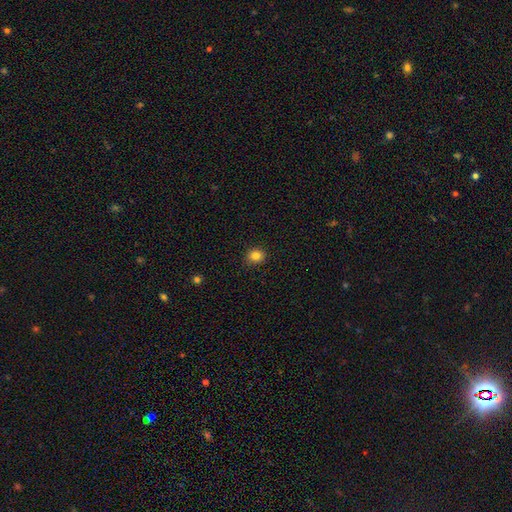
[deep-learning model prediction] The model was most divided on "how rounded": round: 72%, in between: 27%, cigar-shaped: 1%. More confident: merging — none (89%); smooth or featured — smooth (83%).